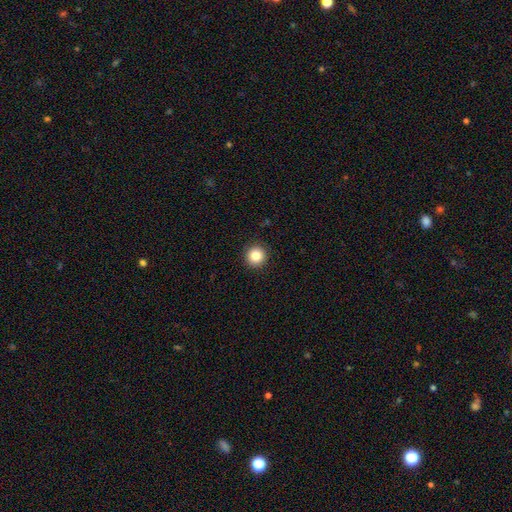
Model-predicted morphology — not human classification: smooth_or_featured: smooth (p=0.85) [alt: star or artifact p=0.10]
how_rounded: round (p=0.95) [alt: in between p=0.04]
merging: none (p=0.93) [alt: minor disturbance p=0.05]